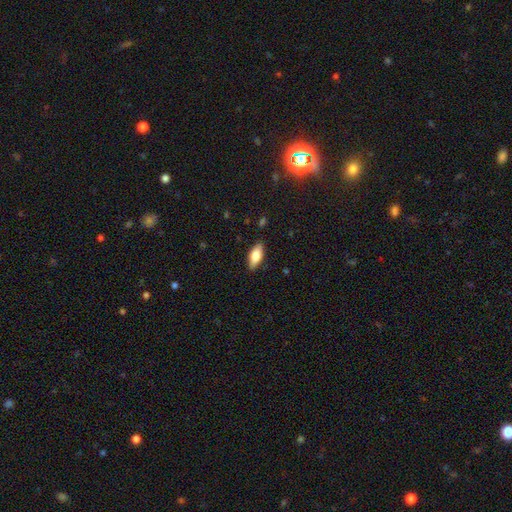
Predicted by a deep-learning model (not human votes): Q: Smooth or featured?
A: smooth (76%); runner-up: featured or disk (17%)
Q: How rounded?
A: in between (83%); runner-up: cigar-shaped (15%)
Q: Merging?
A: none (86%); runner-up: minor disturbance (11%)